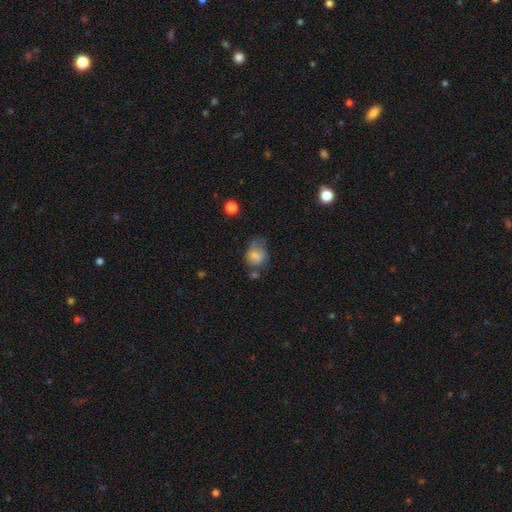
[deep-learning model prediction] This appears to be a smooth galaxy with no disk features (76%) that is in between round and cigar-shaped (50%). Merging: none (35%).